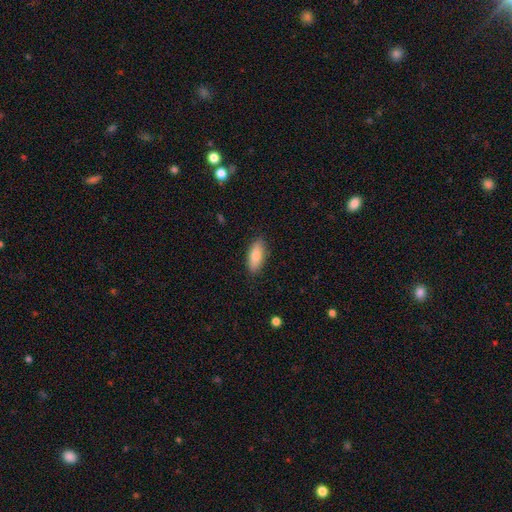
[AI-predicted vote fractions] Morphology: type=smooth (82%); roundness=in between (80%); merging=none (86%).